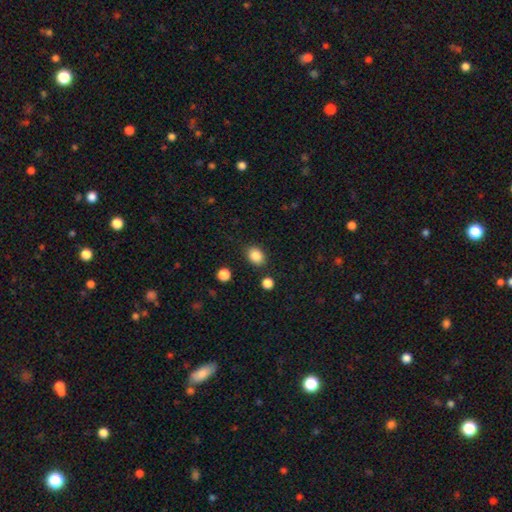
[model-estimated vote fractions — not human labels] The model was most divided on "how rounded": in between: 54%, round: 45%, cigar-shaped: 1%. More confident: smooth or featured — smooth (86%); merging — none (83%).